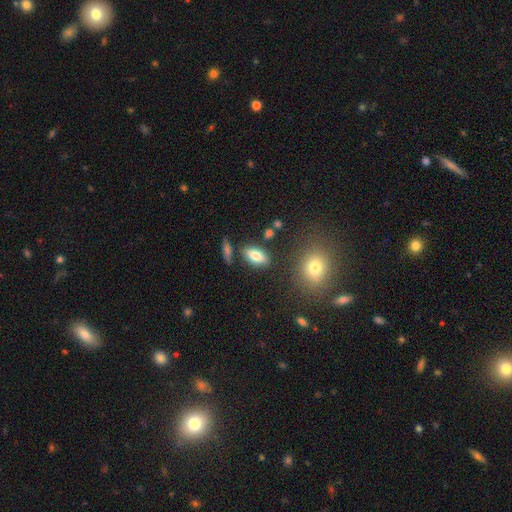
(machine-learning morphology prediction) smooth_or_featured: smooth (p=0.79) [alt: featured or disk p=0.13]
how_rounded: in between (p=0.87) [alt: cigar-shaped p=0.08]
merging: none (p=0.79) [alt: minor disturbance p=0.12]